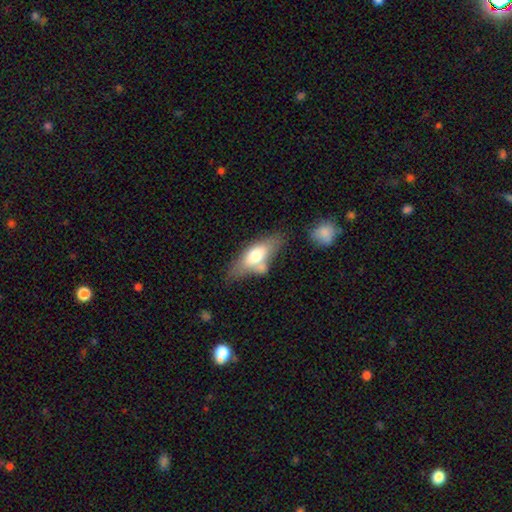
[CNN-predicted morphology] Smooth or featured? smooth (65%)
How rounded? in between (76%)
Merging? none (42%)